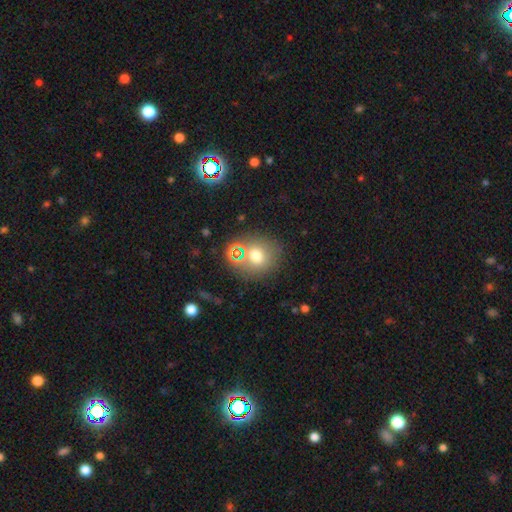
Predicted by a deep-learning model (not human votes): A smooth galaxy with no disk features (68%) that is round (81%).

Vote fractions:
- Smooth or featured? smooth: 68% / star or artifact: 20% / featured or disk: 12%
- How rounded? round: 81% / in between: 18% / cigar-shaped: 1%
- Merging? none: 73% / minor disturbance: 12% / merger: 11% / major disturbance: 5%